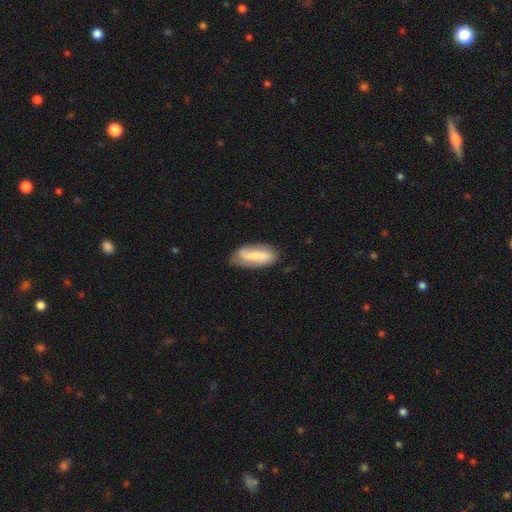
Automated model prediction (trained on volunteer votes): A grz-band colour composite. It shows a smooth galaxy with no disk features (52%) that is in between round and cigar-shaped (77%). Merging: none (69%).